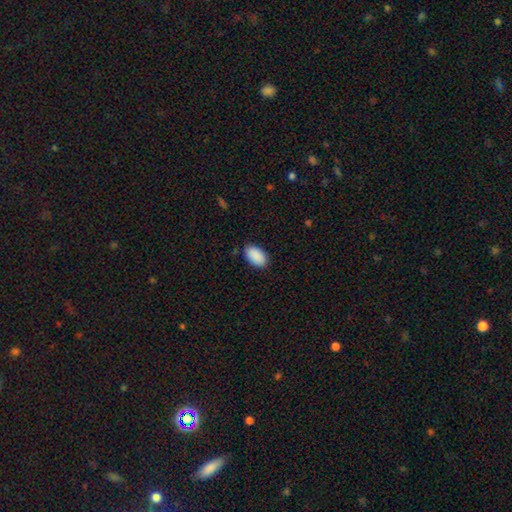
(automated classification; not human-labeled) This is clearly a smooth galaxy (91%). How rounded: clearly in between (93%). Merging: clearly none (86%).